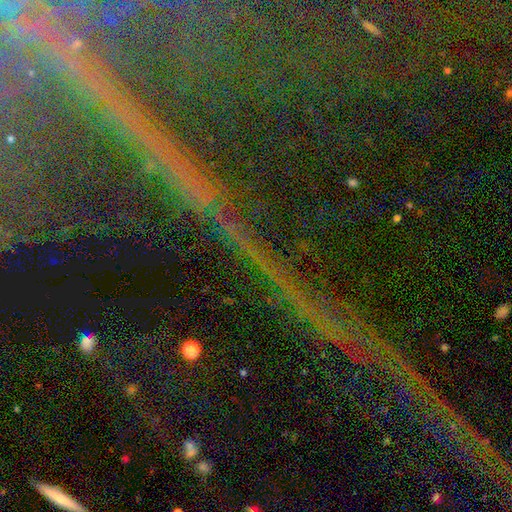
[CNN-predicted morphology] Smooth or featured: star or artifact — 80% (featured or disk — 12%)